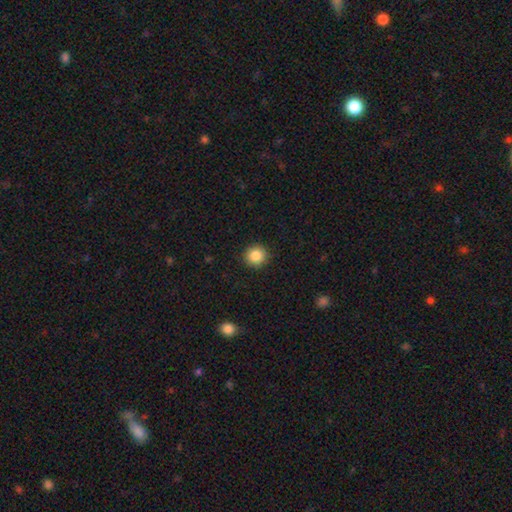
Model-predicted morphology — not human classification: Smooth or featured?
  - smooth: 86% *
  - star or artifact: 9%
  - featured or disk: 4%
How rounded?
  - round: 93% *
  - in between: 6%
  - cigar-shaped: 1%
Merging?
  - none: 91% *
  - minor disturbance: 6%
  - major disturbance: 2%
  - merger: 1%